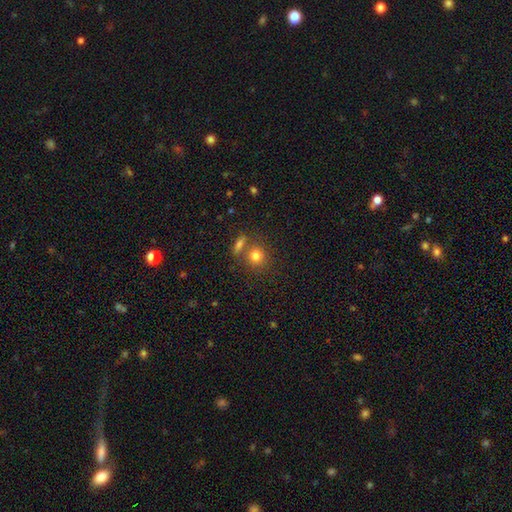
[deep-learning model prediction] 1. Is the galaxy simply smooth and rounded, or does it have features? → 79% smooth, 12% star or artifact, 9% featured or disk.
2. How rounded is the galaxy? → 83% round, 16% in between, 1% cigar-shaped.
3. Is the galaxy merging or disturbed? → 64% none, 23% merger, 9% minor disturbance, 3% major disturbance.